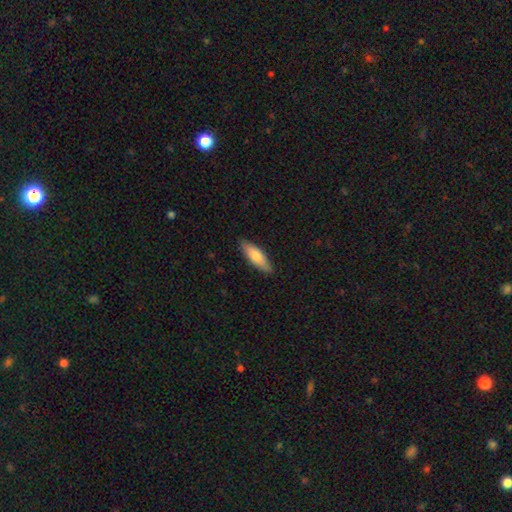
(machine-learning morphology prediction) This appears to be a smooth galaxy with no disk features (74%) that is in between round and cigar-shaped (51%). Merging: none (88%).